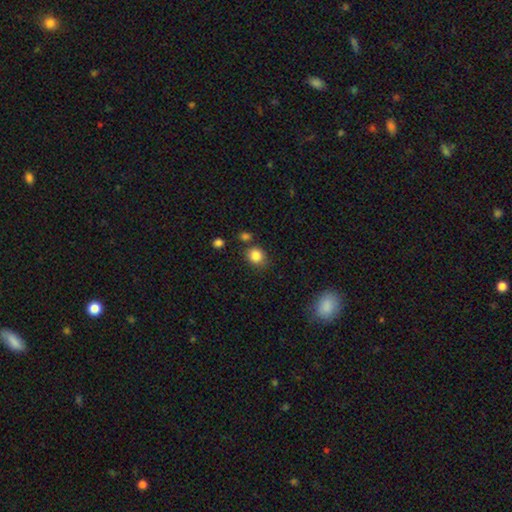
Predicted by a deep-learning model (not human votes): Smooth or featured? smooth (85%)
How rounded? round (78%)
Merging? none (74%)